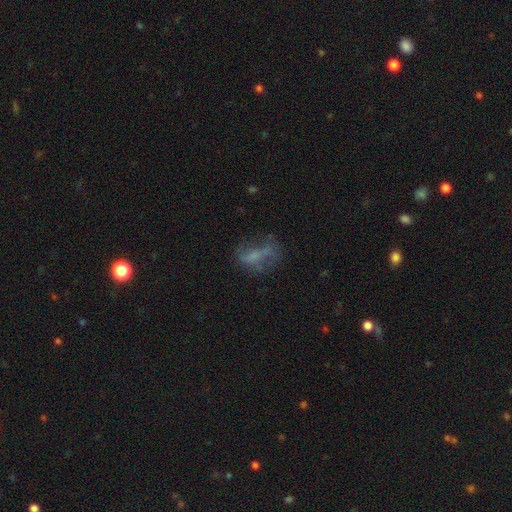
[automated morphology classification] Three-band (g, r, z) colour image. It shows a smooth galaxy with no disk features (43%). Merging: none (43%).